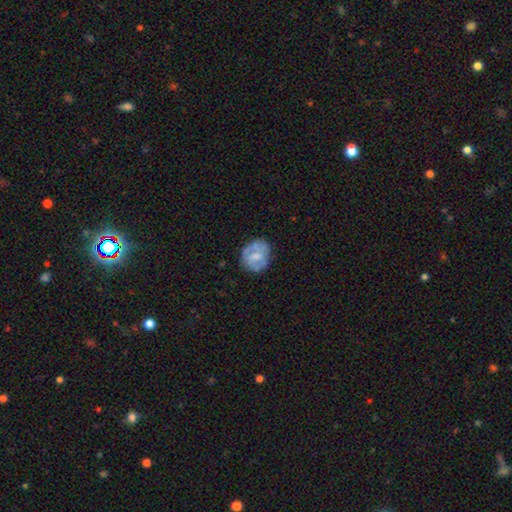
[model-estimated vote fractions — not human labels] The model was most divided on "smooth or featured": featured or disk: 49%, smooth: 44%, star or artifact: 7%. More confident: merging — none (63%).